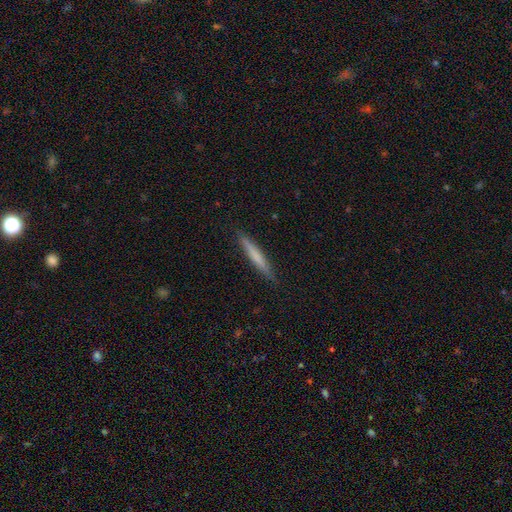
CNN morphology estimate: smooth_or_featured: smooth (p=0.67) [alt: featured or disk p=0.28]
how_rounded: cigar-shaped (p=0.96) [alt: in between p=0.03]
merging: none (p=0.90) [alt: minor disturbance p=0.07]